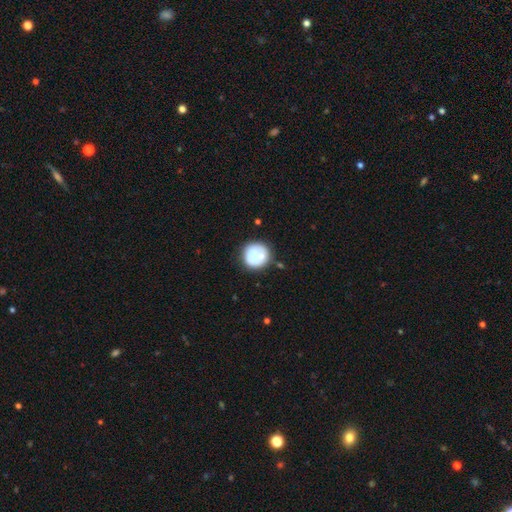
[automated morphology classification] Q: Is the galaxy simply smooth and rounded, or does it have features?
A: smooth — 68%.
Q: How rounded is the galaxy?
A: round — 90%.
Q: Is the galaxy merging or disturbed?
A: none — 64%.